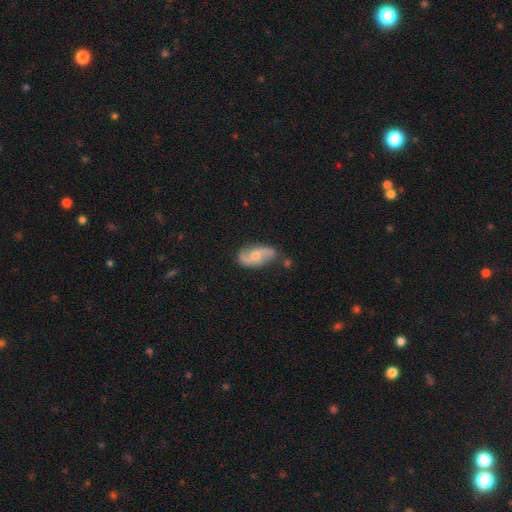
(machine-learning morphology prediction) Overall: featured or disk (75%). Edge-on disk: no (95%). Bar: no (56%; weak 34%). Spiral arms: yes (92%). Spiral arm count: 2 (91%). Spiral winding: loose (67%). Bulge size: moderate (55%; small 39%). Merging: none (66%).